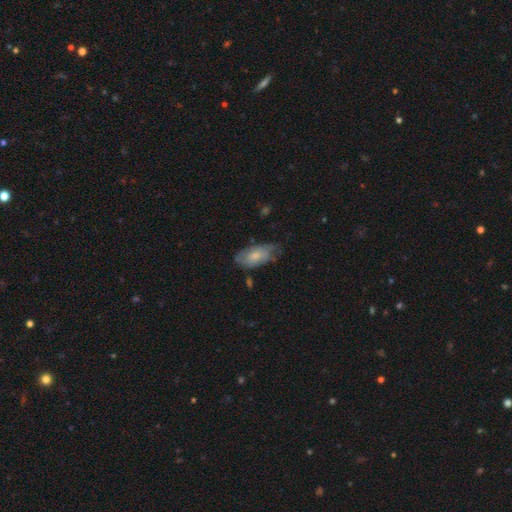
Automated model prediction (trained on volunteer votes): Smooth or featured? Predicted: smooth (p=0.59). How rounded? Predicted: in between (p=0.91). Merging? Predicted: none (p=0.51).